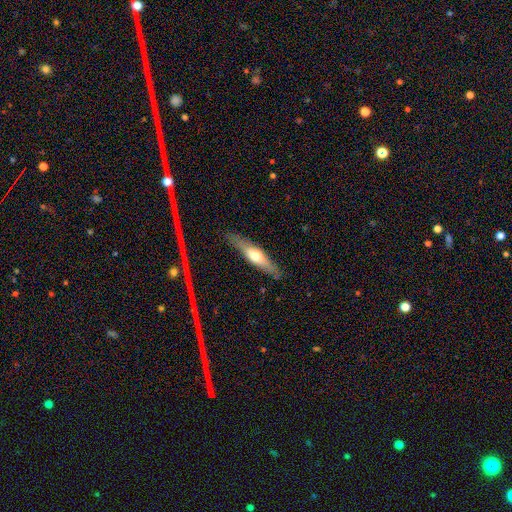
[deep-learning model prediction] This appears to be a featured or disk galaxy (52%) viewed edge-on (85%). Merging: none (82%).